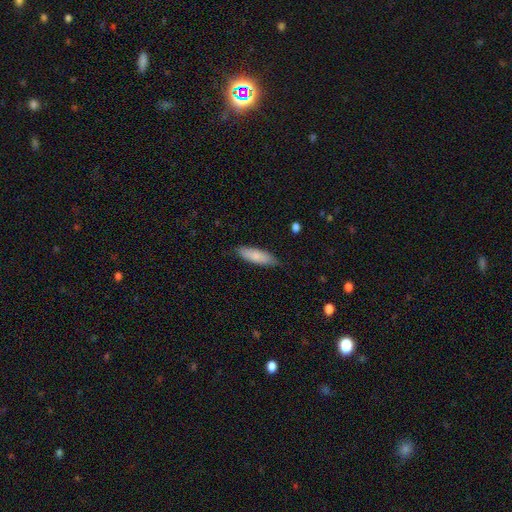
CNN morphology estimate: Smooth or featured: smooth — 80% (featured or disk — 14%)
How rounded: in between — 52% (cigar-shaped — 46%)
Merging: none — 81% (minor disturbance — 16%)